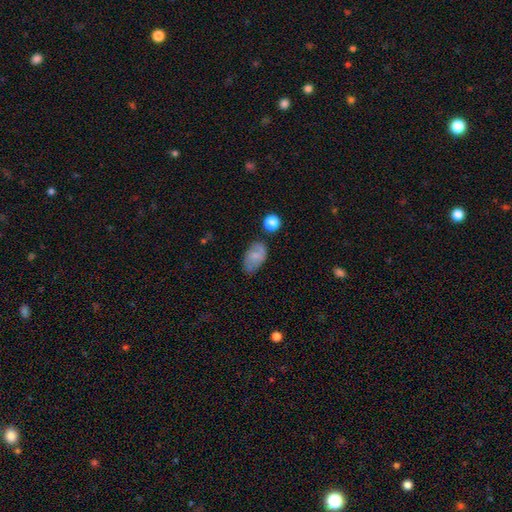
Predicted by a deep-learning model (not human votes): This appears to be a smooth galaxy with no disk features (66%) that is in between round and cigar-shaped (89%). Merging: none (64%).